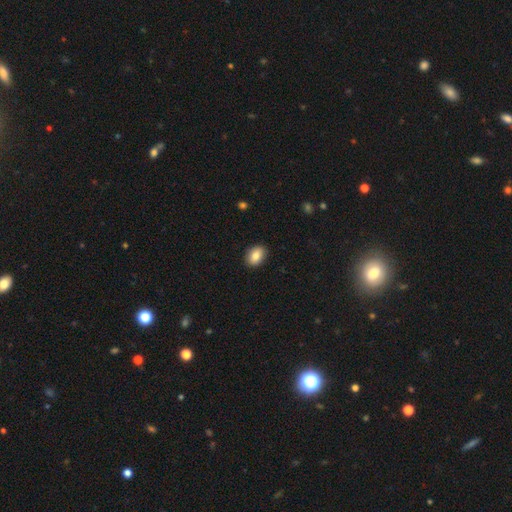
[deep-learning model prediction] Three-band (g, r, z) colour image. It shows a smooth galaxy with no disk features (85%) that is in between round and cigar-shaped (79%). Merging: none (89%).